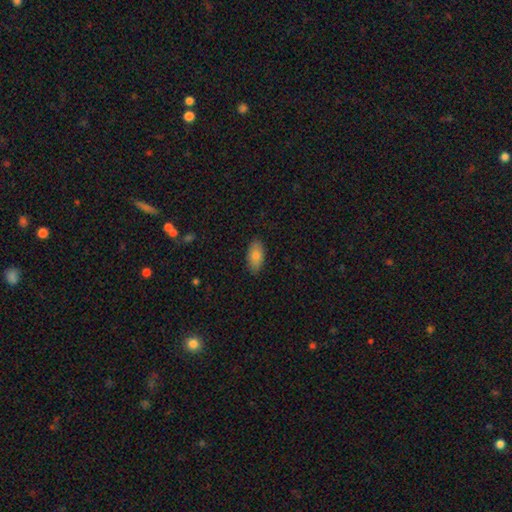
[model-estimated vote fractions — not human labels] Smooth or featured? smooth (80%)
How rounded? in between (92%)
Merging? none (88%)